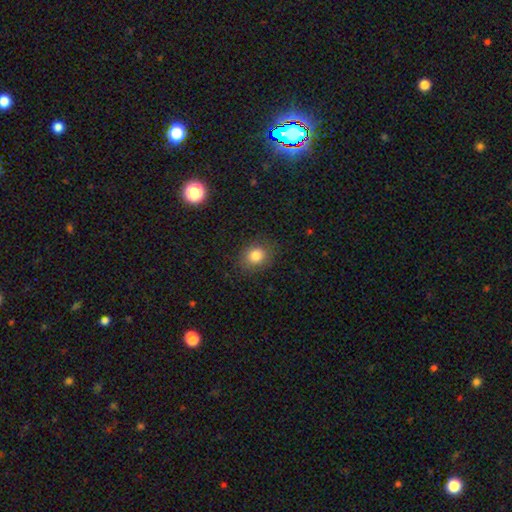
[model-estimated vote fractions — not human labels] Smooth or featured: smooth — 83% (star or artifact — 11%)
How rounded: round — 65% (in between — 34%)
Merging: none — 84% (minor disturbance — 11%)